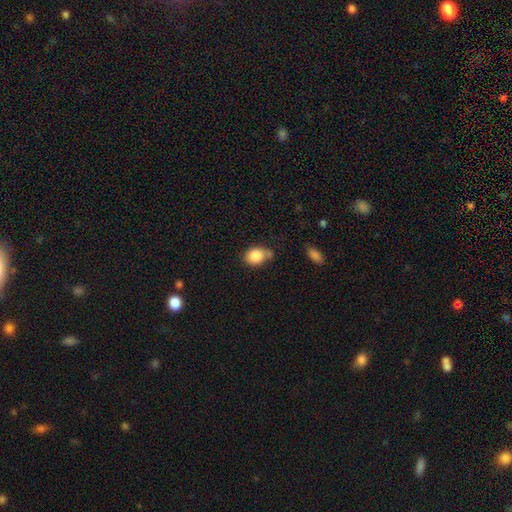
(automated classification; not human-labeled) This is clearly a smooth galaxy (85%). How rounded: possibly in between (51%). Merging: possibly none (54%).